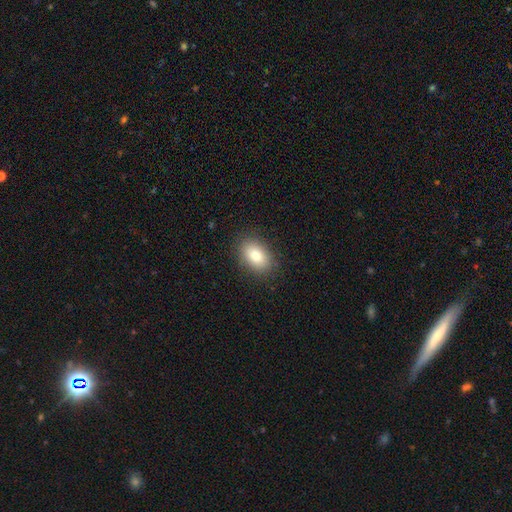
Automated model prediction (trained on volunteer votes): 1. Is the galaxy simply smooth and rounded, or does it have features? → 81% smooth, 10% featured or disk, 9% star or artifact.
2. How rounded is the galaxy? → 84% in between, 15% round, 1% cigar-shaped.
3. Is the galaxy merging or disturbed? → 88% none, 8% minor disturbance, 2% major disturbance, 1% merger.